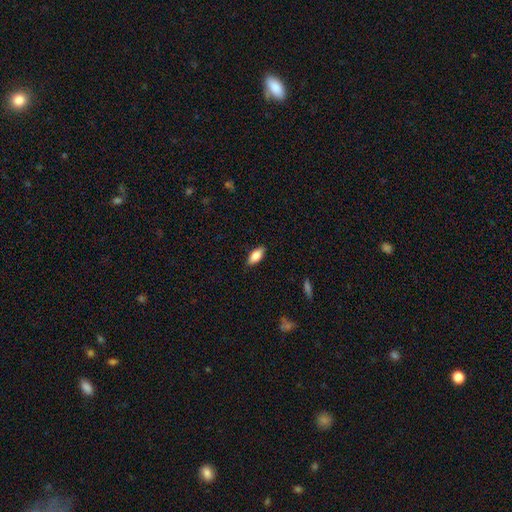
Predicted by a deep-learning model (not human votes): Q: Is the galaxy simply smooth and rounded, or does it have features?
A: smooth — 81%.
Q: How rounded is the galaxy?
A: in between — 84%.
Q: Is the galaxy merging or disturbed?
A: none — 87%.